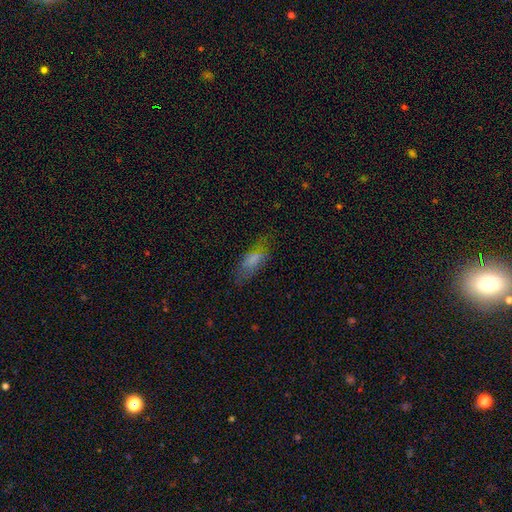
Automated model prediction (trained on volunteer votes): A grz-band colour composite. It shows a smooth galaxy with no disk features (62%) that is in between round and cigar-shaped (58%). Merging: none (69%).